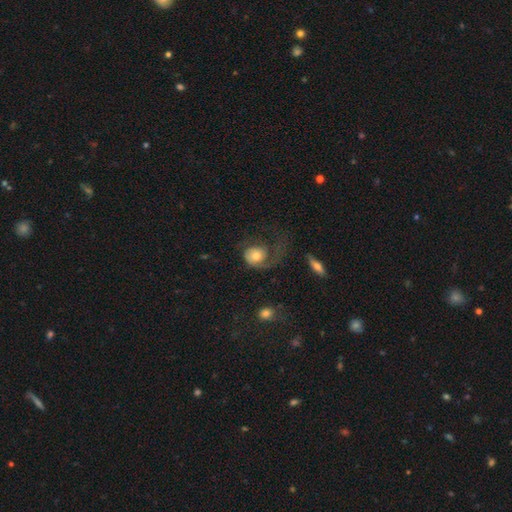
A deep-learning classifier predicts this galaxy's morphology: Smooth or featured: featured or disk — 51% (smooth — 42%)
Edge-on disk: no — 96% (yes — 4%)
Merging: major disturbance — 52% (none — 29%)